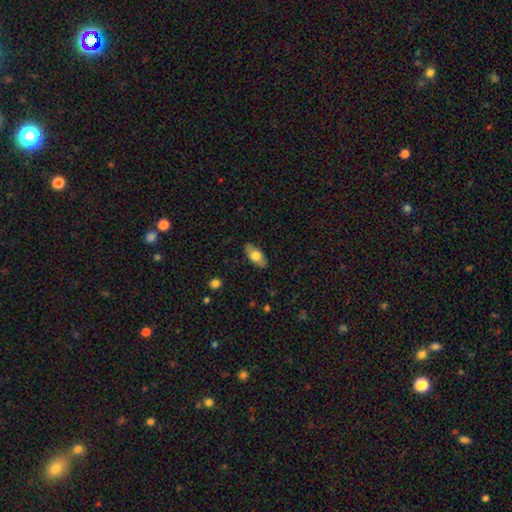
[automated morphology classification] type=smooth (70%); roundness=in between (90%); merging=none (85%).